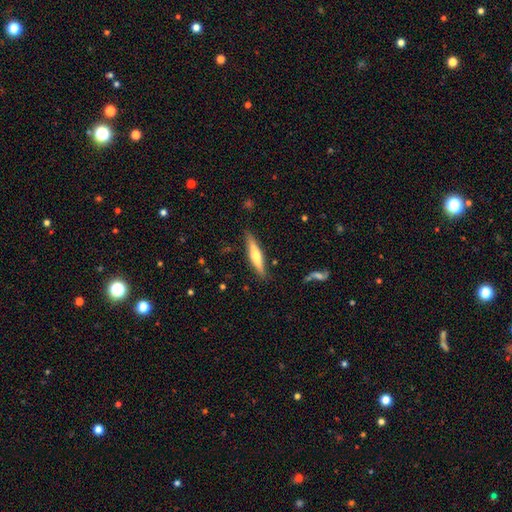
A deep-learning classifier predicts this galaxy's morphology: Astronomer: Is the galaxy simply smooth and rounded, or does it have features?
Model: featured or disk — 49% (runner-up: smooth, 45%).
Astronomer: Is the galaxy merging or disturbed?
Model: none — 86%.